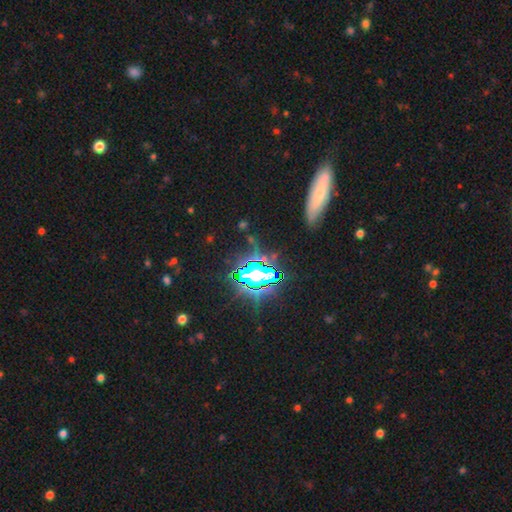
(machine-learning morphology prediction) smooth_or_featured: star or artifact (p=0.75) [alt: smooth p=0.15]